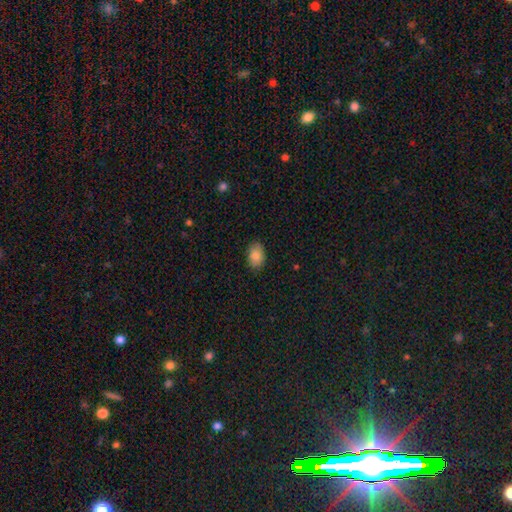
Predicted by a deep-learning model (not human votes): smooth_or_featured: smooth (p=0.84) [alt: featured or disk p=0.08]
how_rounded: in between (p=0.87) [alt: round p=0.12]
merging: none (p=0.88) [alt: minor disturbance p=0.09]